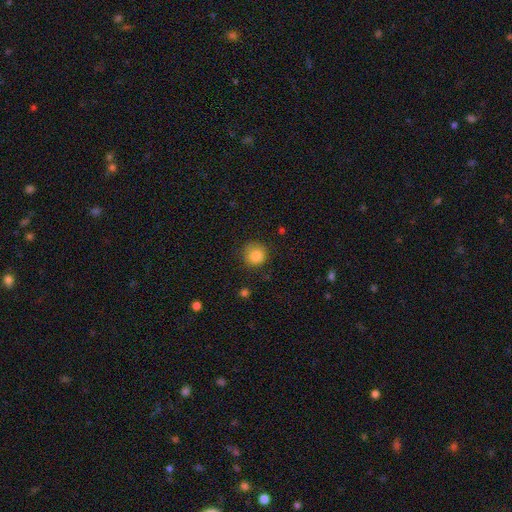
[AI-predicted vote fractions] A smooth galaxy with no disk features (86%) that is round (90%).

Vote fractions:
- Smooth or featured? smooth: 86% / star or artifact: 9% / featured or disk: 5%
- How rounded? round: 90% / in between: 9% / cigar-shaped: 1%
- Merging? none: 76% / minor disturbance: 18% / major disturbance: 5% / merger: 2%